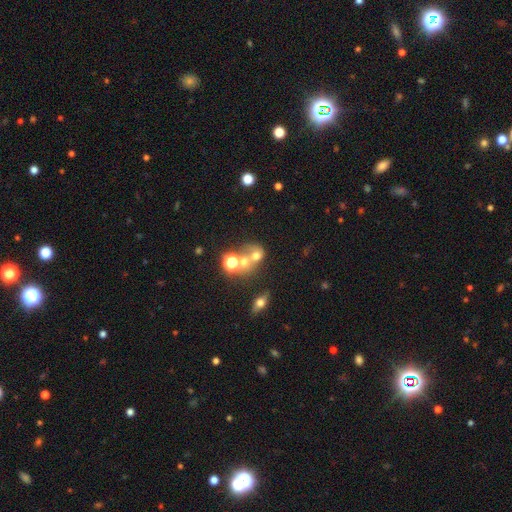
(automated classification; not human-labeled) Morphology: type=smooth (53%); roundness=round (63%); merging=merger (53%).